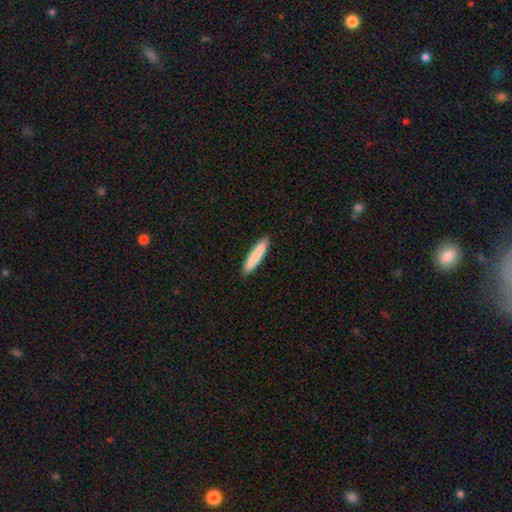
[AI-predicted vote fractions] smooth_or_featured: smooth (p=0.84) [alt: featured or disk p=0.11]
how_rounded: cigar-shaped (p=0.89) [alt: in between p=0.10]
merging: none (p=0.92) [alt: minor disturbance p=0.06]